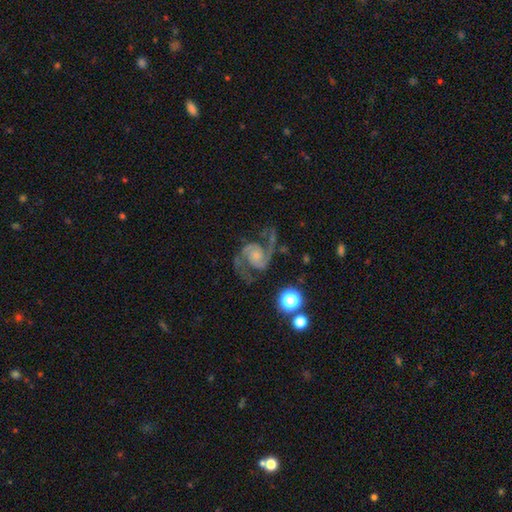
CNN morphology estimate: The model was most divided on "spiral winding": medium: 54%, loose: 31%, tight: 15%. More confident: edge-on disk — no (98%); spiral arms — yes (98%); spiral arm count — 2 (94%); smooth or featured — featured or disk (90%); bar — no (71%); merging — none (67%); bulge size — small (51%).